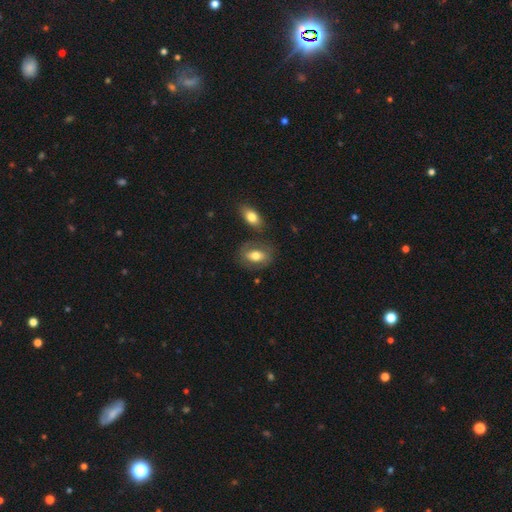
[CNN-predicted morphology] The model was most divided on "smooth or featured": smooth: 62%, featured or disk: 31%, star or artifact: 7%. More confident: how rounded — in between (84%); merging — none (68%).